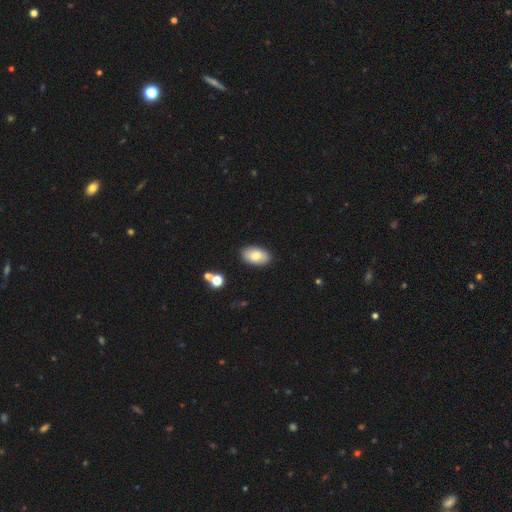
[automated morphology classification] Smooth or featured?
  - smooth: 79% *
  - featured or disk: 14%
  - star or artifact: 7%
How rounded?
  - in between: 94% *
  - round: 5%
  - cigar-shaped: 1%
Merging?
  - none: 88% *
  - minor disturbance: 9%
  - major disturbance: 2%
  - merger: 2%